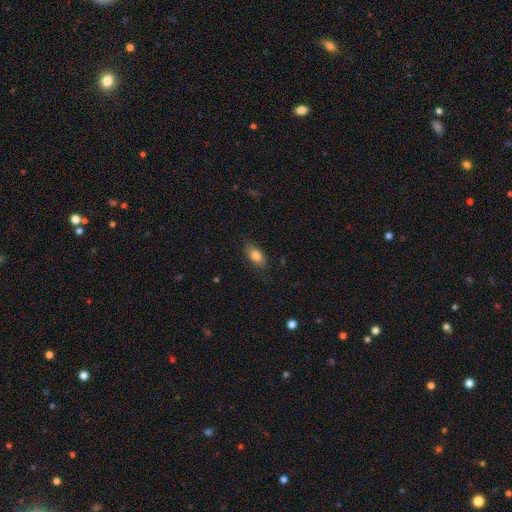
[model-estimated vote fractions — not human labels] Smooth or featured?
  - smooth: 82% *
  - featured or disk: 11%
  - star or artifact: 8%
How rounded?
  - in between: 87% *
  - cigar-shaped: 7%
  - round: 6%
Merging?
  - none: 79% *
  - minor disturbance: 16%
  - major disturbance: 4%
  - merger: 1%